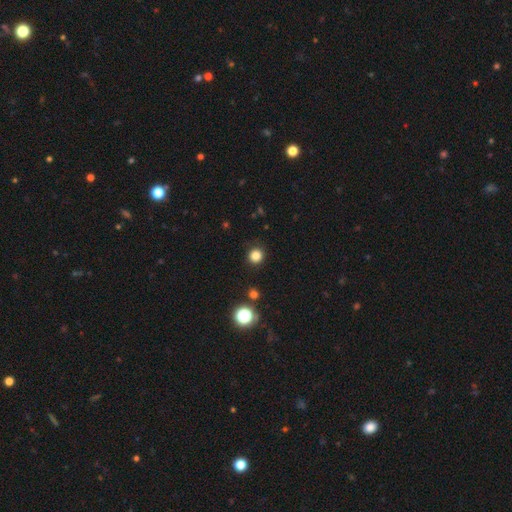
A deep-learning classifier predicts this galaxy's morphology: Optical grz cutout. It shows a smooth galaxy with no disk features (82%) that is round (94%). Merging: none (90%).